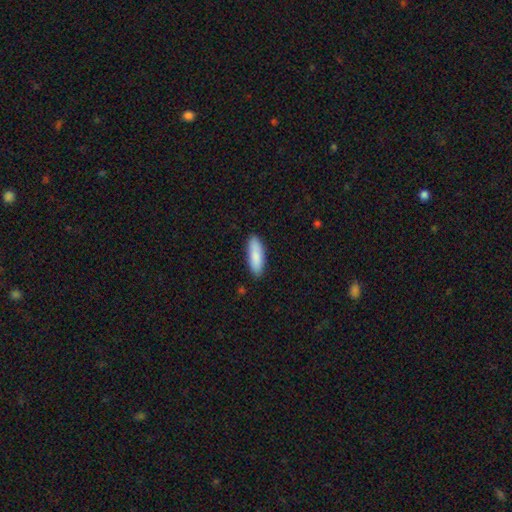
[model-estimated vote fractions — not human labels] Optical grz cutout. It shows a smooth galaxy with no disk features (87%) that is in between round and cigar-shaped (55%). Merging: none (88%).